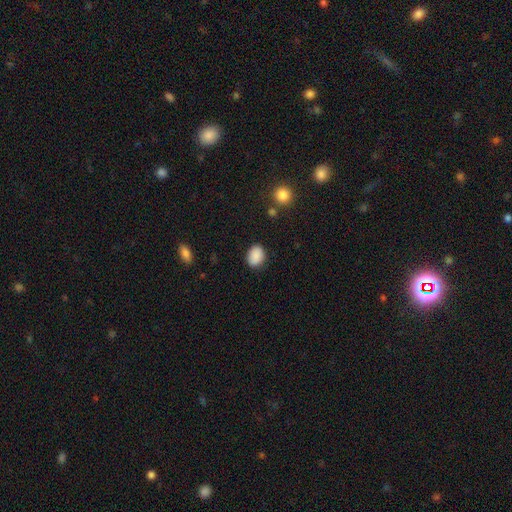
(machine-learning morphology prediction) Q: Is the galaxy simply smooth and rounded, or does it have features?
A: smooth — 89%.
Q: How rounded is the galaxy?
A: in between — 67%.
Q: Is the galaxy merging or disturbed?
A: none — 84%.